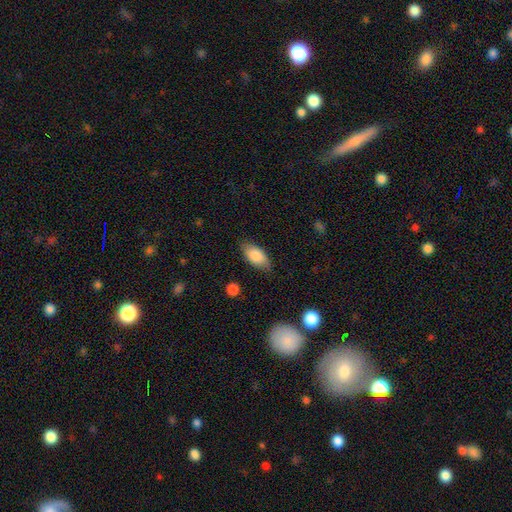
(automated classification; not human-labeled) The model was most divided on "merging": none: 78%, minor disturbance: 17%, major disturbance: 4%, merger: 1%. More confident: how rounded — in between (91%); smooth or featured — smooth (83%).